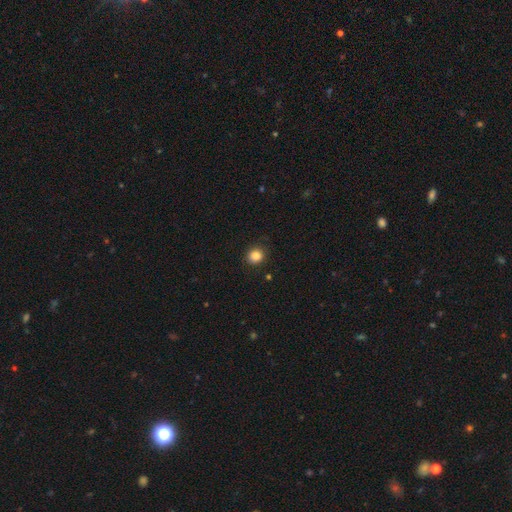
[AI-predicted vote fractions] smooth_or_featured: smooth (p=0.86) [alt: star or artifact p=0.11]
how_rounded: round (p=0.83) [alt: in between p=0.16]
merging: none (p=0.88) [alt: minor disturbance p=0.08]